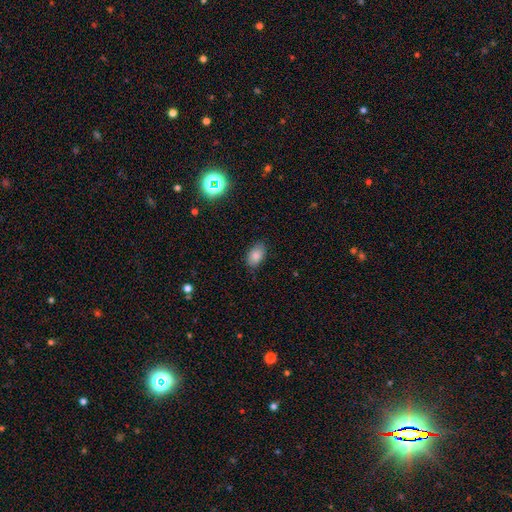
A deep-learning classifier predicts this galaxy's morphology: smooth-or-featured: smooth: 85% | star or artifact: 8% | featured or disk: 7%
  how-rounded: in between: 91% | round: 8% | cigar-shaped: 1%
  merging: none: 82% | minor disturbance: 14% | major disturbance: 3% | merger: 1%